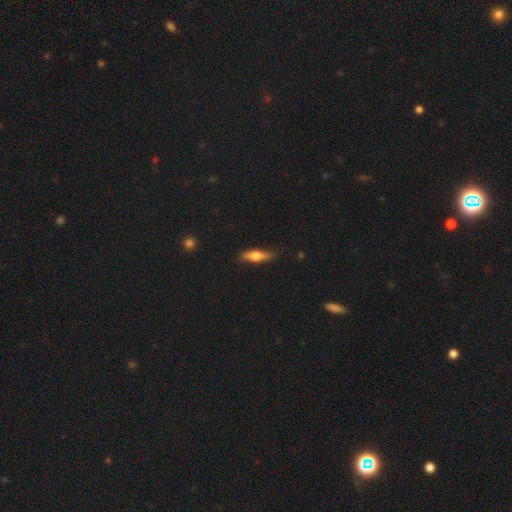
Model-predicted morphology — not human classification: smooth 55%, featured or disk 39%, star or artifact 6%. Down the decision tree: how rounded — cigar-shaped (67%); merging — none (80%).